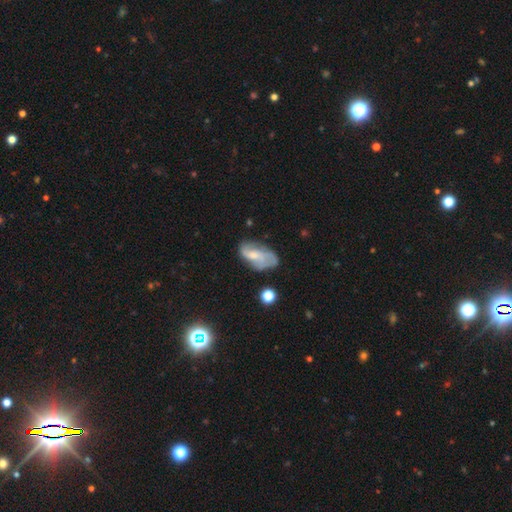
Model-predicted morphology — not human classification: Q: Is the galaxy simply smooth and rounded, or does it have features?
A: featured or disk — 58%.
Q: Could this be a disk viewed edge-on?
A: no — 95%.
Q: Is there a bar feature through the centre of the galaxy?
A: no — 58%.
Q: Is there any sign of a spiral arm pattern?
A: yes — 77%.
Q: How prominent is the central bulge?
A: small — 41%.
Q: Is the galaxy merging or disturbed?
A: none — 49%.